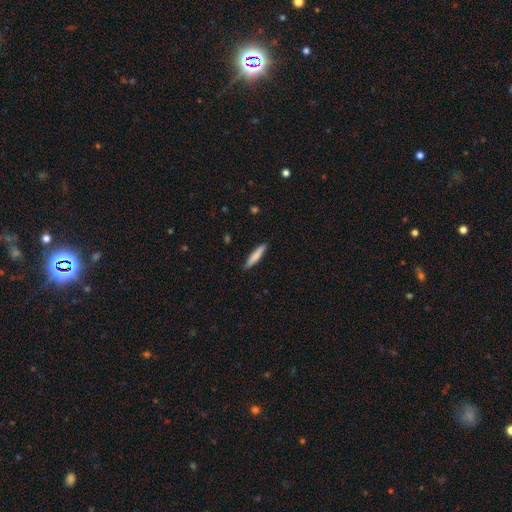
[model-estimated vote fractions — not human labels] This appears to be a smooth galaxy with no disk features (79%) that is cigar-shaped (90%). Merging: none (90%).